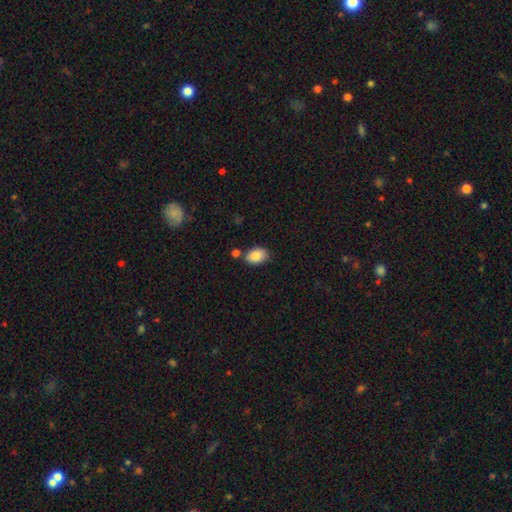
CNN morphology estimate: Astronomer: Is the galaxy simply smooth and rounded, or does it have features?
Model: smooth — 86%.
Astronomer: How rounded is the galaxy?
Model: in between — 83%.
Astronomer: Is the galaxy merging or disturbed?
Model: none — 72%.